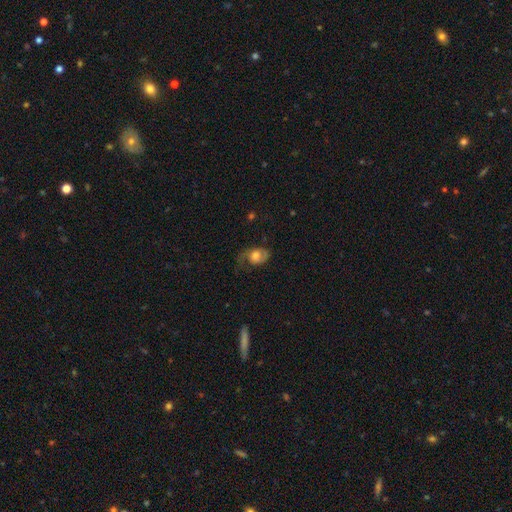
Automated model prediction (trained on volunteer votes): Q: Smooth or featured?
A: smooth (48%); runner-up: featured or disk (44%)
Q: Merging?
A: none (39%); runner-up: major disturbance (31%)